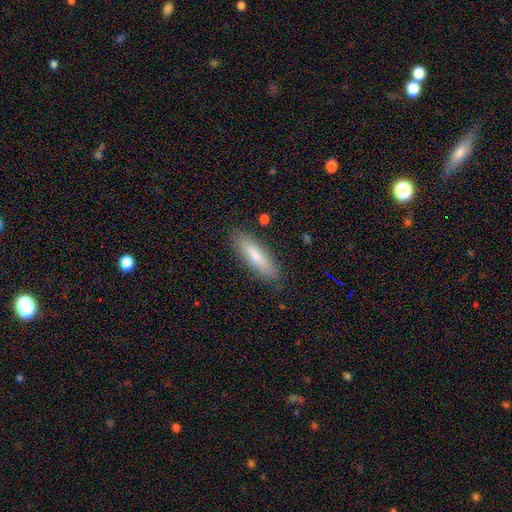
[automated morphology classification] smooth 77%, featured or disk 17%, star or artifact 6%. Down the decision tree: how rounded — cigar-shaped (66%); merging — none (86%).